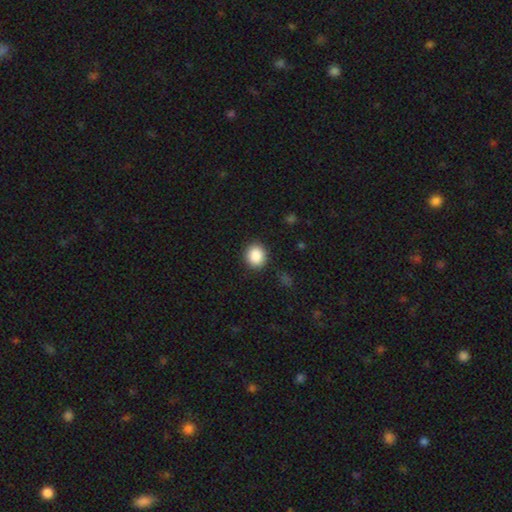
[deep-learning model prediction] A smooth galaxy with no disk features (88%) that is round (76%).

Vote fractions:
- Smooth or featured? smooth: 88% / star or artifact: 9% / featured or disk: 4%
- How rounded? round: 76% / in between: 23% / cigar-shaped: 1%
- Merging? none: 89% / minor disturbance: 7% / major disturbance: 2% / merger: 1%